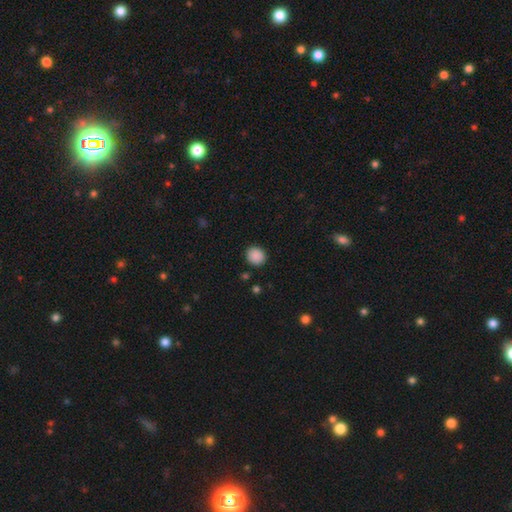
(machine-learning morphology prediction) Smooth or featured? Predicted: smooth (p=0.89). How rounded? Predicted: round (p=0.77). Merging? Predicted: none (p=0.89).